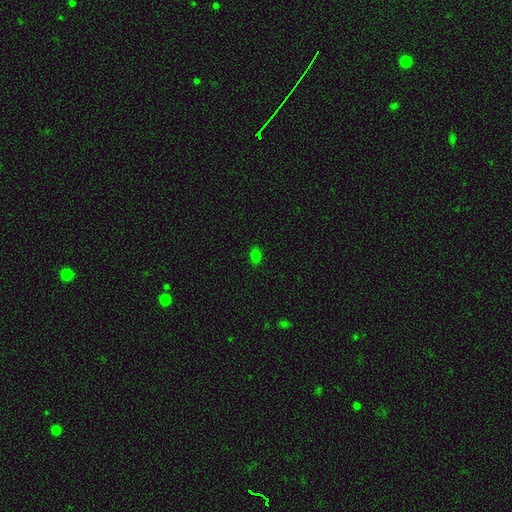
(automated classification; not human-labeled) The model was most divided on "how rounded": in between: 70%, round: 29%, cigar-shaped: 2%. More confident: merging — none (86%); smooth or featured — smooth (78%).